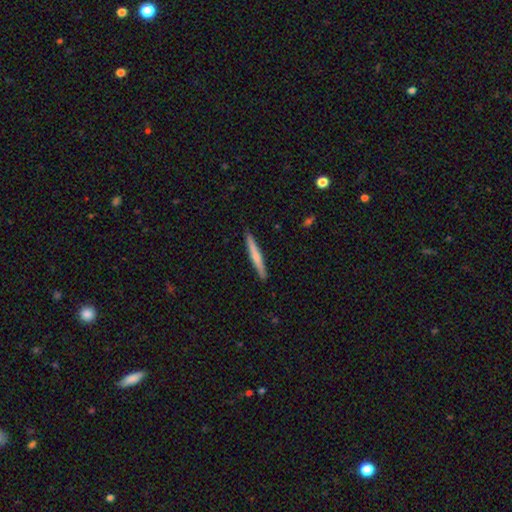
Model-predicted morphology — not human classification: Smooth or featured?
  - smooth: 60% *
  - featured or disk: 35%
  - star or artifact: 5%
How rounded?
  - cigar-shaped: 96% *
  - in between: 3%
  - round: 1%
Merging?
  - none: 91% *
  - minor disturbance: 7%
  - major disturbance: 1%
  - merger: 1%